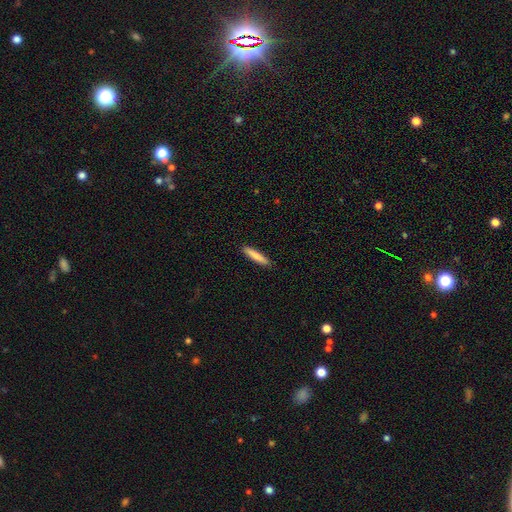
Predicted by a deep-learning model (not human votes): Q: Smooth or featured?
A: smooth (81%); runner-up: featured or disk (13%)
Q: How rounded?
A: cigar-shaped (91%); runner-up: in between (8%)
Q: Merging?
A: none (91%); runner-up: minor disturbance (7%)